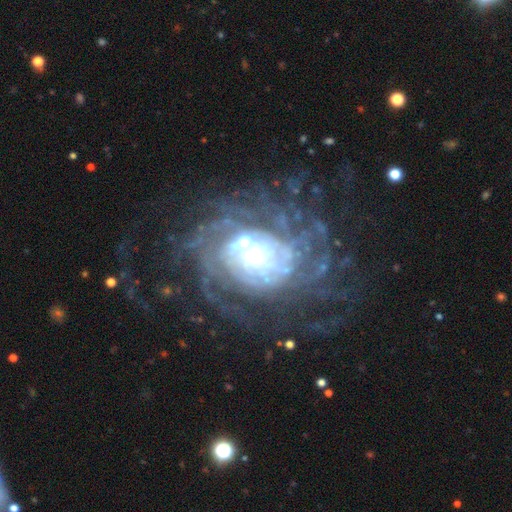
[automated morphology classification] smooth_or_featured: featured or disk (p=0.83) [alt: star or artifact p=0.10]
disk_edge_on: no (p=0.97) [alt: yes p=0.03]
bar: no (p=0.72) [alt: weak p=0.20]
has_spiral_arms: yes (p=0.90) [alt: no p=0.10]
spiral_winding: tight (p=0.59) [alt: medium p=0.27]
spiral_arm_count: can't tell (p=0.33) [alt: more than 4 p=0.28]
bulge_size: small (p=0.35) [alt: moderate p=0.33]
merging: none (p=0.54) [alt: major disturbance p=0.22]